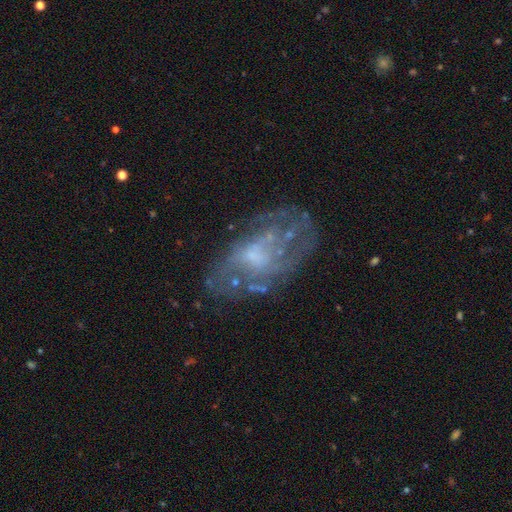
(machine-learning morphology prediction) This appears to be a featured or disk galaxy (70%) with no bar (72%), no spiral arms (53%) and a small central bulge (43%). Merging: none (53%).